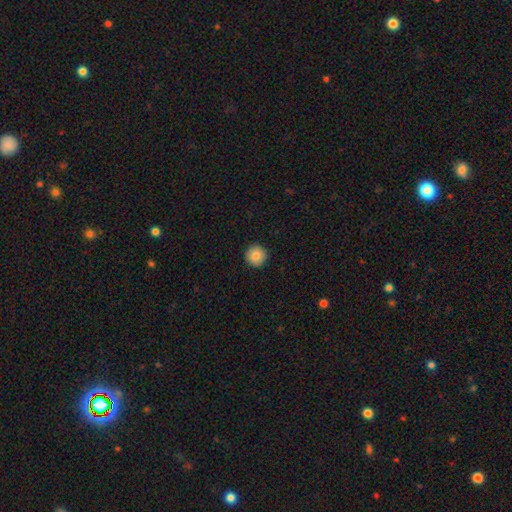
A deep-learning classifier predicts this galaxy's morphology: This is clearly a smooth galaxy (84%). How rounded: clearly round (96%). Merging: clearly none (93%).